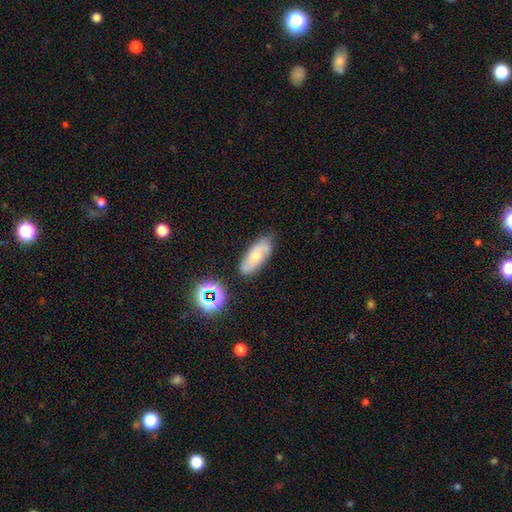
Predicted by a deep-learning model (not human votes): A smooth galaxy with no disk features (47%).

Vote fractions:
- Smooth or featured? smooth: 47% / featured or disk: 42% / star or artifact: 11%
- Merging? none: 69% / minor disturbance: 22% / major disturbance: 5% / merger: 5%